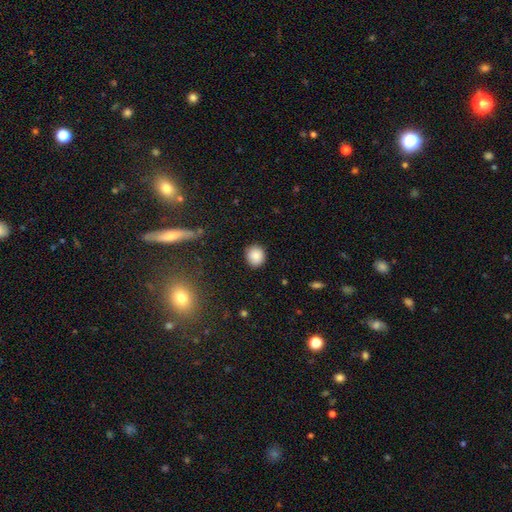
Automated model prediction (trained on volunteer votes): smooth 87%, star or artifact 9%, featured or disk 4%. Down the decision tree: how rounded — round (82%); merging — none (88%).